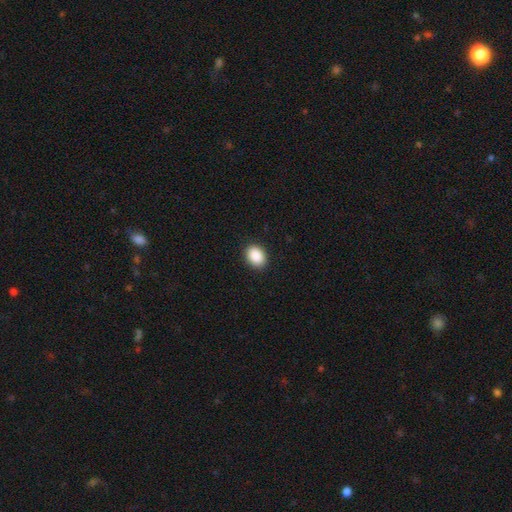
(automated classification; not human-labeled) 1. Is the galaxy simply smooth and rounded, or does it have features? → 90% smooth, 7% star or artifact, 2% featured or disk.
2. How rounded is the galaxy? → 67% in between, 32% round, 1% cigar-shaped.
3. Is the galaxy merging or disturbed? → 90% none, 7% minor disturbance, 2% major disturbance, 1% merger.